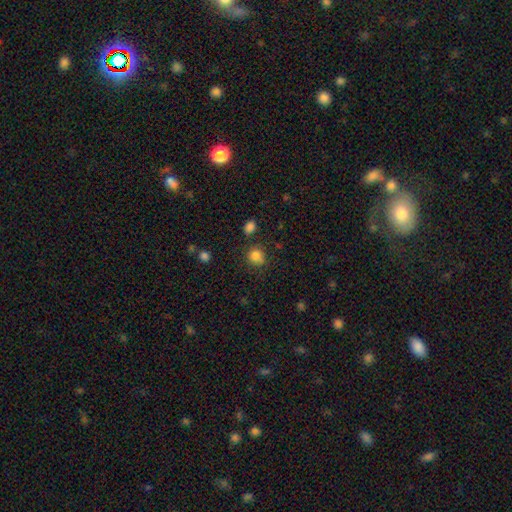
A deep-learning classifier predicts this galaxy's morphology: smooth 83%, star or artifact 12%, featured or disk 5%. Down the decision tree: how rounded — round (80%); merging — none (75%).